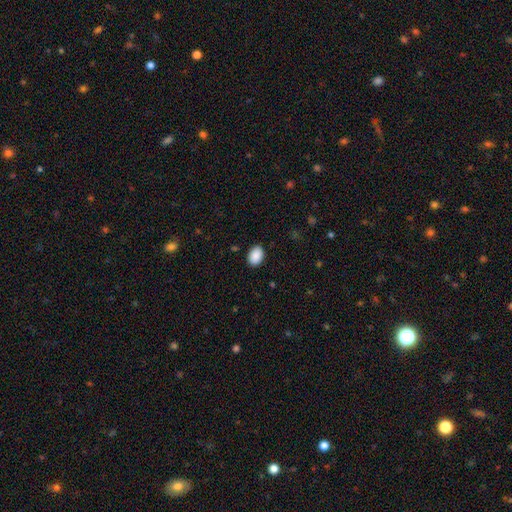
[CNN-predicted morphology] A smooth galaxy with no disk features (90%) that is in between round and cigar-shaped (83%).

Vote fractions:
- Smooth or featured? smooth: 90% / star or artifact: 7% / featured or disk: 3%
- How rounded? in between: 83% / round: 16% / cigar-shaped: 1%
- Merging? none: 89% / minor disturbance: 8% / major disturbance: 2% / merger: 1%